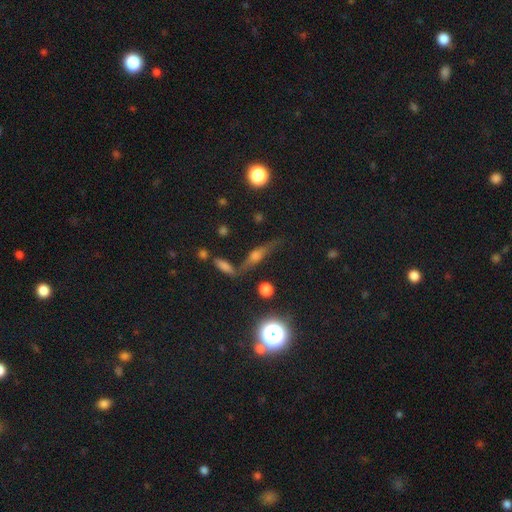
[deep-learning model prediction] featured or disk 56%, smooth 25%, star or artifact 18%. Down the decision tree: edge-on disk — yes (78%); merging — none (65%).